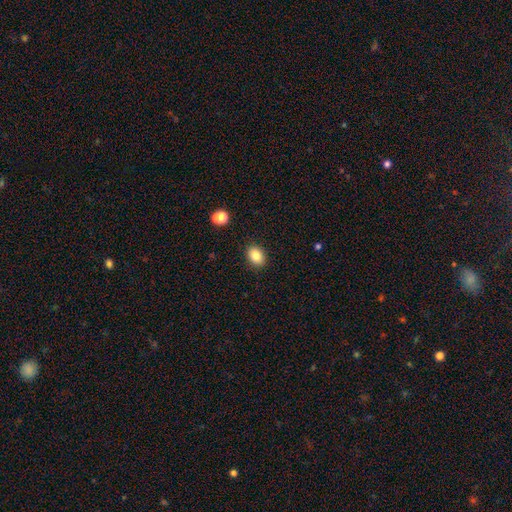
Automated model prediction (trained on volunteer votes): A smooth galaxy with no disk features (84%) that is in between round and cigar-shaped (69%).

Vote fractions:
- Smooth or featured? smooth: 84% / star or artifact: 10% / featured or disk: 6%
- How rounded? in between: 69% / round: 30% / cigar-shaped: 1%
- Merging? none: 89% / minor disturbance: 8% / major disturbance: 2% / merger: 1%